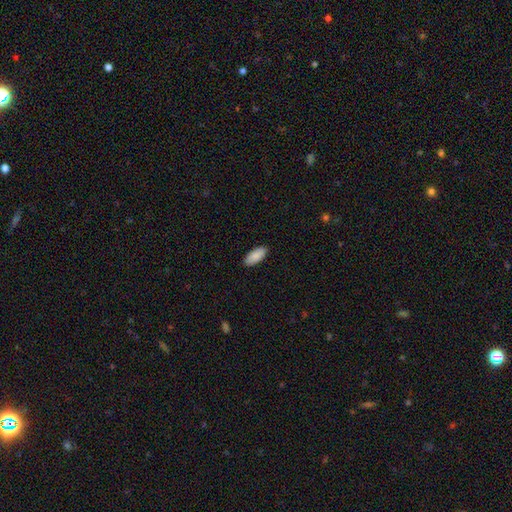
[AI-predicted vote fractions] Morphology: type=smooth (90%); roundness=in between (85%); merging=none (90%).